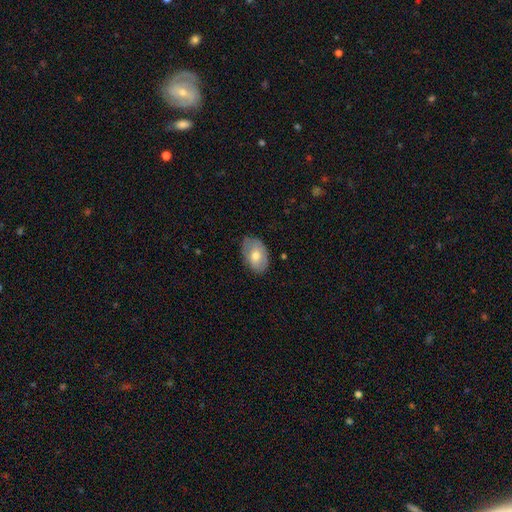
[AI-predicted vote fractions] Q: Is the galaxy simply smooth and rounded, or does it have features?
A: smooth — 67%.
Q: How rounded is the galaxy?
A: in between — 88%.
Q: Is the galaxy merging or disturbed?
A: none — 74%.